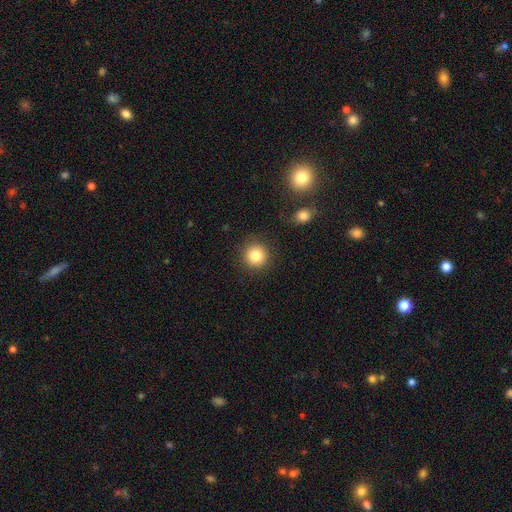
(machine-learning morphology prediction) Smooth or featured: smooth — 82% (star or artifact — 11%)
How rounded: round — 94% (in between — 5%)
Merging: none — 89% (minor disturbance — 7%)